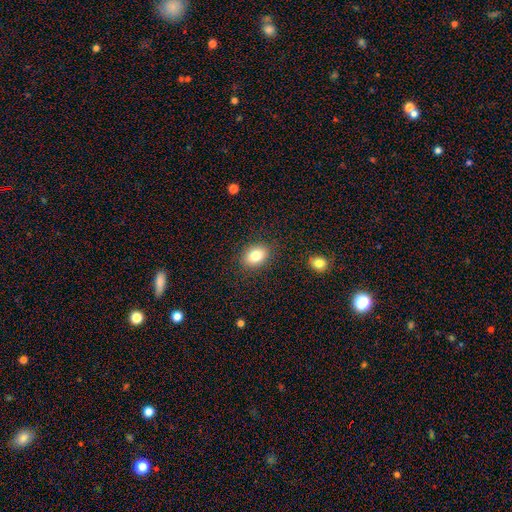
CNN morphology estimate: smooth_or_featured: smooth (p=0.83) [alt: star or artifact p=0.09]
how_rounded: in between (p=0.73) [alt: round p=0.26]
merging: none (p=0.86) [alt: minor disturbance p=0.09]